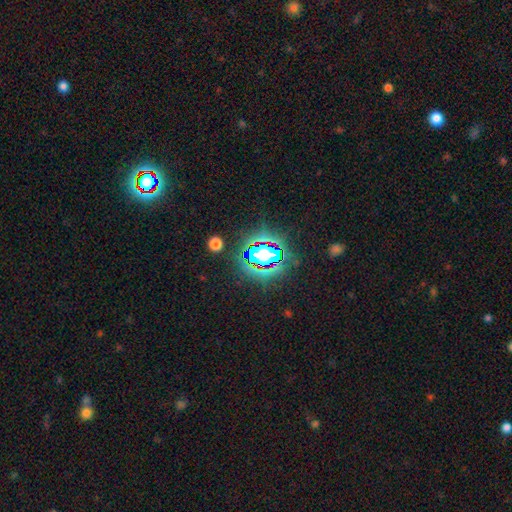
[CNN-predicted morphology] type=star or artifact (78%).